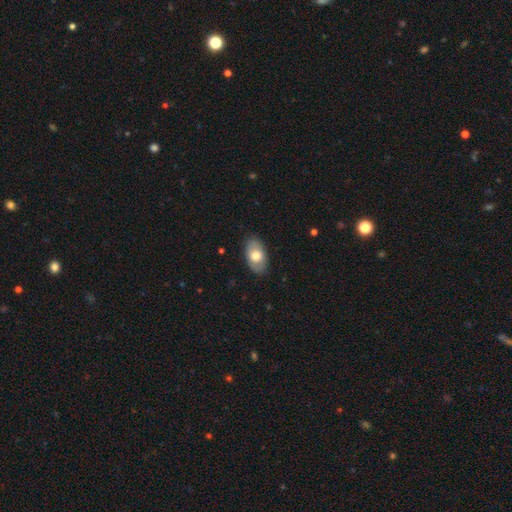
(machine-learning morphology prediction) A smooth galaxy with no disk features (68%) that is in between round and cigar-shaped (92%).

Vote fractions:
- Smooth or featured? smooth: 68% / featured or disk: 26% / star or artifact: 6%
- How rounded? in between: 92% / round: 6% / cigar-shaped: 2%
- Merging? none: 84% / minor disturbance: 12% / major disturbance: 3% / merger: 1%